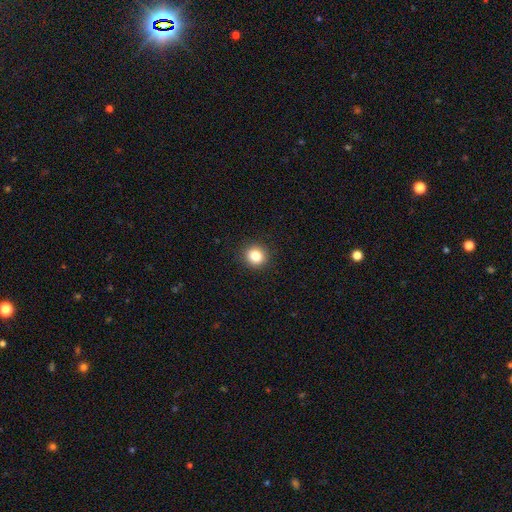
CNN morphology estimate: A smooth galaxy with no disk features (83%) that is round (91%).

Vote fractions:
- Smooth or featured? smooth: 83% / star or artifact: 11% / featured or disk: 6%
- How rounded? round: 91% / in between: 9% / cigar-shaped: 1%
- Merging? none: 92% / minor disturbance: 5% / major disturbance: 2% / merger: 1%